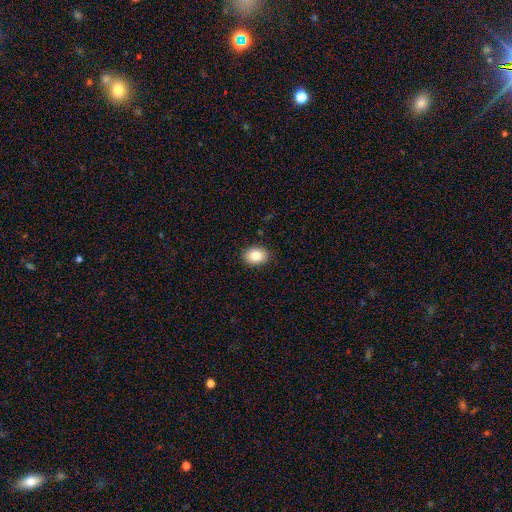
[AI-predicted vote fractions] Morphology: type=smooth (84%); roundness=in between (67%); merging=none (89%).